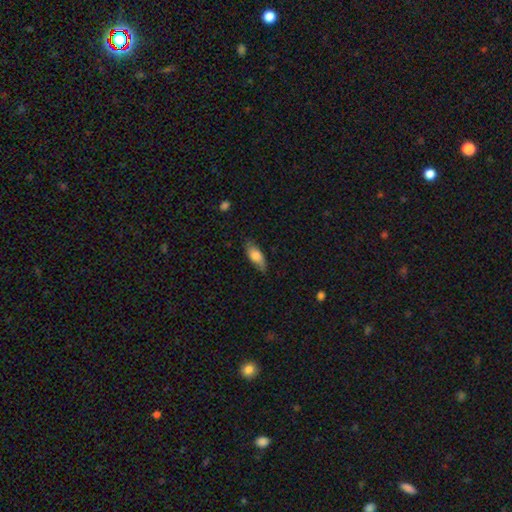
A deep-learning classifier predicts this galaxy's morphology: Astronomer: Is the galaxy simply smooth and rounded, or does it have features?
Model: smooth — 73%.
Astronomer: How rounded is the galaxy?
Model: in between — 80%.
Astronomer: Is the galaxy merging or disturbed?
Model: none — 73%.